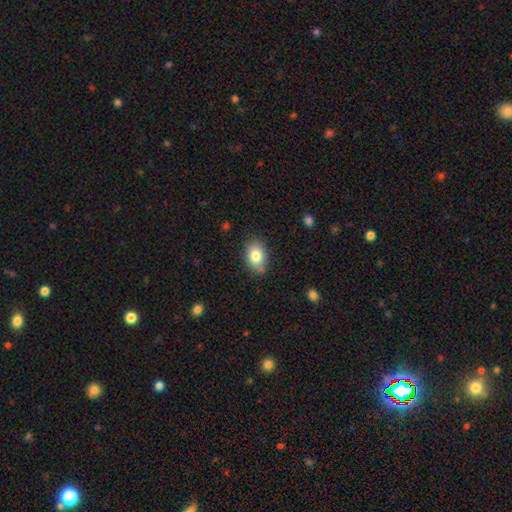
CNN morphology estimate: Overall: smooth (82%). How rounded: in between (80%). Merging: none (79%).